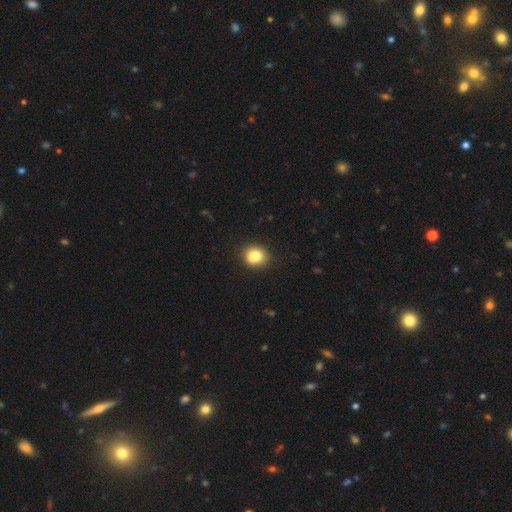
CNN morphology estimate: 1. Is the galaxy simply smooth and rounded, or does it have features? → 81% smooth, 10% star or artifact, 9% featured or disk.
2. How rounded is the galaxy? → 73% round, 26% in between, 1% cigar-shaped.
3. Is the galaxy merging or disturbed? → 79% none, 13% minor disturbance, 5% merger, 3% major disturbance.